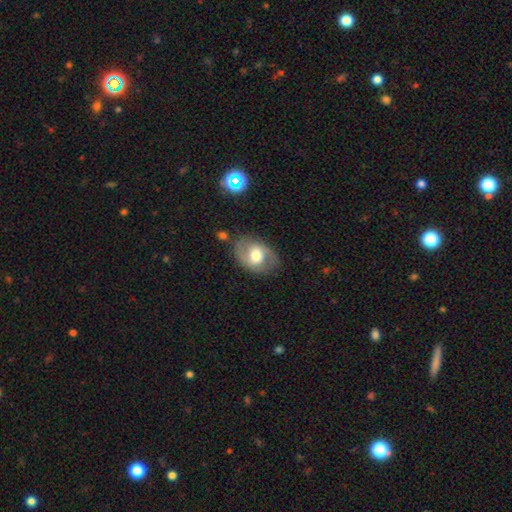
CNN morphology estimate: Smooth or featured? Predicted: featured or disk (p=0.58). Edge-on disk? Predicted: no (p=0.95). Bar? Predicted: no (p=0.54). Spiral arms? Predicted: yes (p=0.67). Bulge size? Predicted: moderate (p=0.64). Merging? Predicted: none (p=0.75).